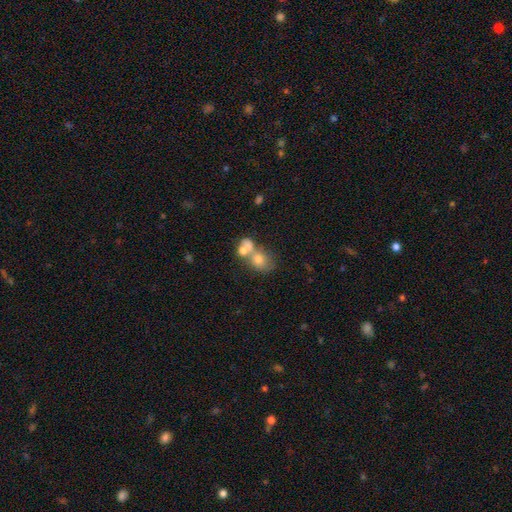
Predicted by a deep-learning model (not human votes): Smooth or featured? Predicted: smooth (p=0.62). How rounded? Predicted: round (p=0.63). Merging? Predicted: merger (p=0.59).